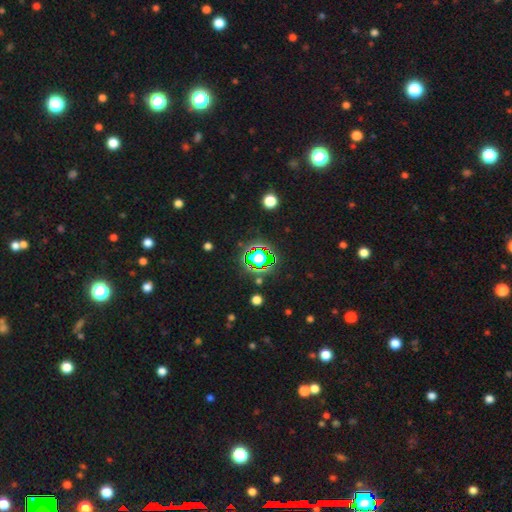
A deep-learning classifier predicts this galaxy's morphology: smooth_or_featured: star or artifact (p=0.67) [alt: smooth p=0.21]